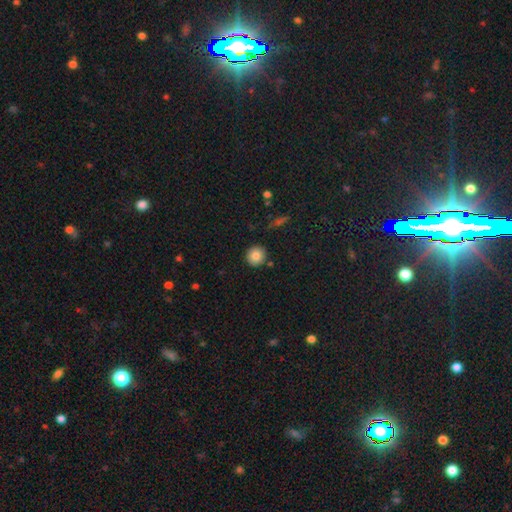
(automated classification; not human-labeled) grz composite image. It shows a smooth galaxy with no disk features (84%) that is round (93%). Merging: none (88%).